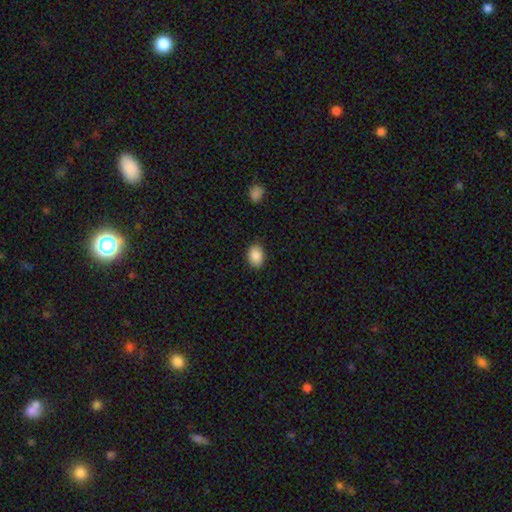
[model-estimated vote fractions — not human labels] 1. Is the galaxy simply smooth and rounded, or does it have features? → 89% smooth, 8% star or artifact, 3% featured or disk.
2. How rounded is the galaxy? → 74% in between, 25% round, 1% cigar-shaped.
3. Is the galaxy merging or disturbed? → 87% none, 10% minor disturbance, 2% major disturbance, 1% merger.